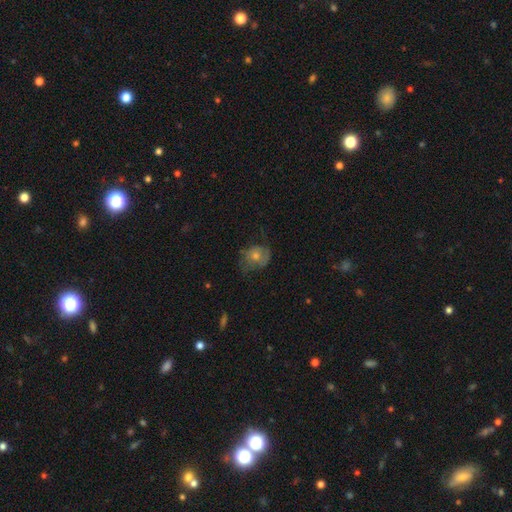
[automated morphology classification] Smooth or featured? Predicted: smooth (p=0.48). Merging? Predicted: none (p=0.54).